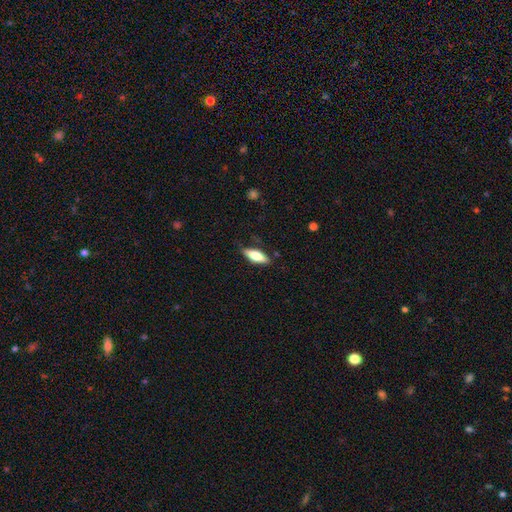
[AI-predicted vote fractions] Smooth or featured? smooth (69%)
How rounded? in between (65%)
Merging? none (77%)